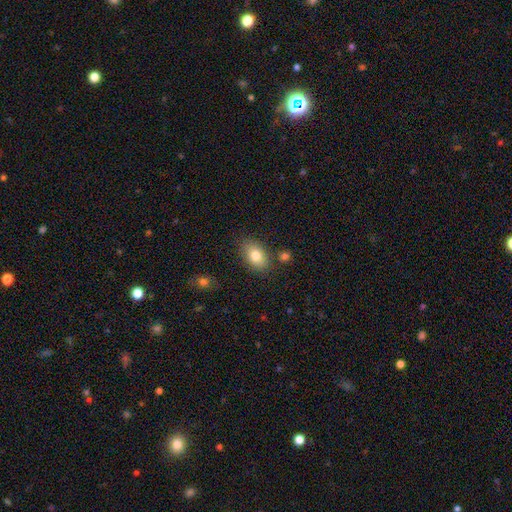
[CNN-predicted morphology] Q: Smooth or featured?
A: smooth (80%); runner-up: featured or disk (12%)
Q: How rounded?
A: in between (88%); runner-up: round (11%)
Q: Merging?
A: none (80%); runner-up: minor disturbance (13%)